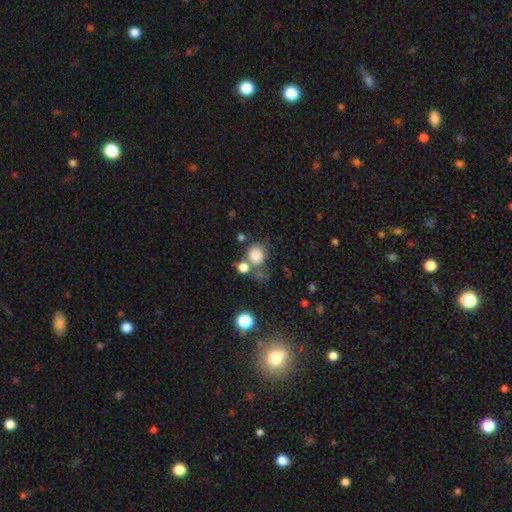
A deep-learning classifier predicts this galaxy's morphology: A smooth galaxy with no disk features (81%) that is round (74%).

Vote fractions:
- Smooth or featured? smooth: 81% / star or artifact: 12% / featured or disk: 7%
- How rounded? round: 74% / in between: 25% / cigar-shaped: 1%
- Merging? none: 49% / merger: 25% / minor disturbance: 15% / major disturbance: 10%